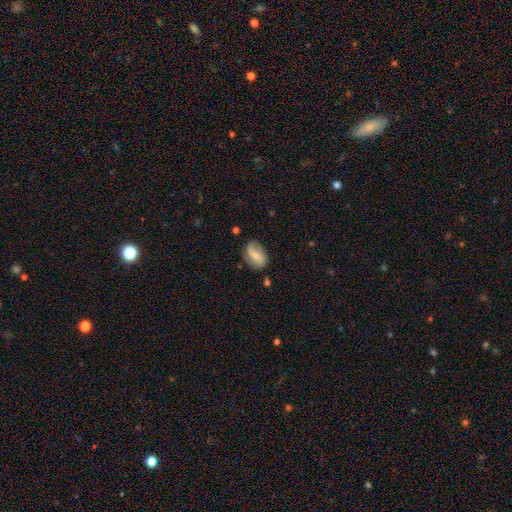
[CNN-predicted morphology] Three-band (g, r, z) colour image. It shows a featured or disk galaxy (47%). Merging: none (70%).